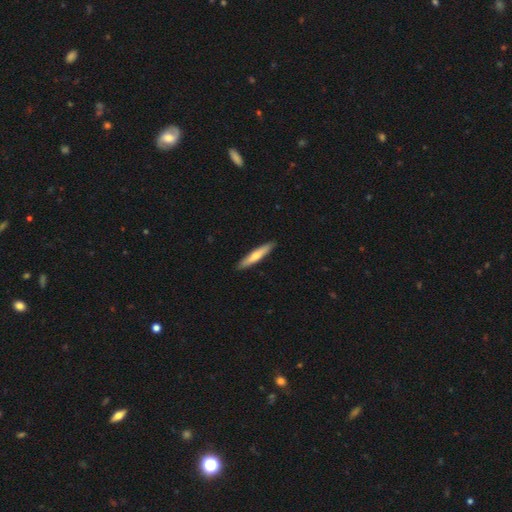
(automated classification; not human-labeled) Smooth or featured? smooth (59%)
How rounded? cigar-shaped (89%)
Merging? none (91%)